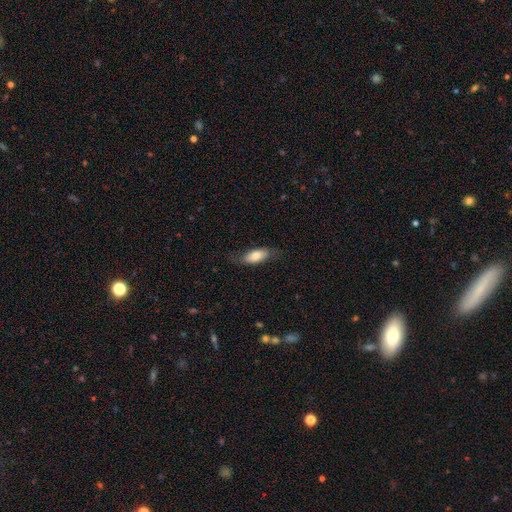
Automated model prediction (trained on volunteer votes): Smooth or featured? smooth (76%)
How rounded? in between (82%)
Merging? none (74%)